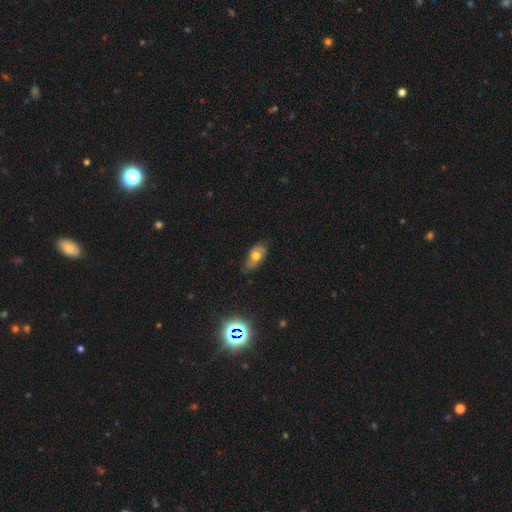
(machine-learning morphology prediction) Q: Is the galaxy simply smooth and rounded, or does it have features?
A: smooth — 58%.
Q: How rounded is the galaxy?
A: in between — 85%.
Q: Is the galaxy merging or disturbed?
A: none — 65%.